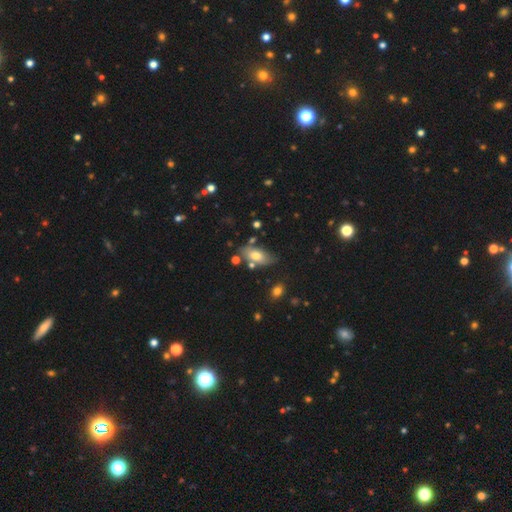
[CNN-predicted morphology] smooth_or_featured: smooth (p=0.66) [alt: featured or disk p=0.25]
how_rounded: in between (p=0.88) [alt: cigar-shaped p=0.08]
merging: none (p=0.65) [alt: minor disturbance p=0.21]